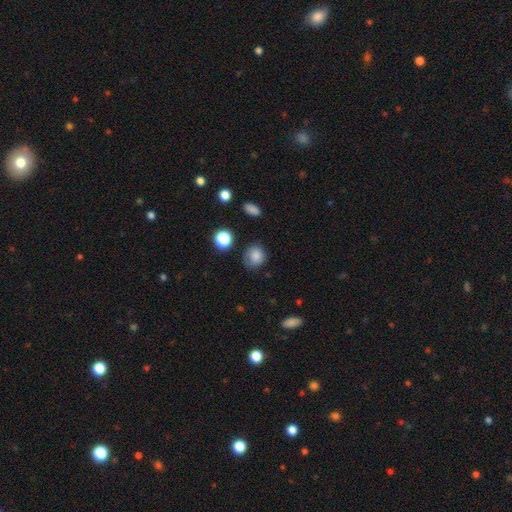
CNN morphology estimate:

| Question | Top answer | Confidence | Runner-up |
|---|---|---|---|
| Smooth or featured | smooth | 81% | star or artifact (11%) |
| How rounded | round | 73% | in between (26%) |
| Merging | none | 72% | minor disturbance (20%) |